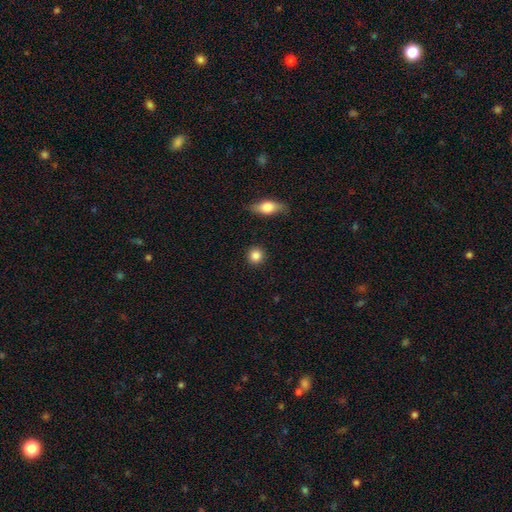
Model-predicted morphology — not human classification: smooth_or_featured: smooth (p=0.87) [alt: star or artifact p=0.08]
how_rounded: round (p=0.91) [alt: in between p=0.08]
merging: none (p=0.91) [alt: minor disturbance p=0.05]